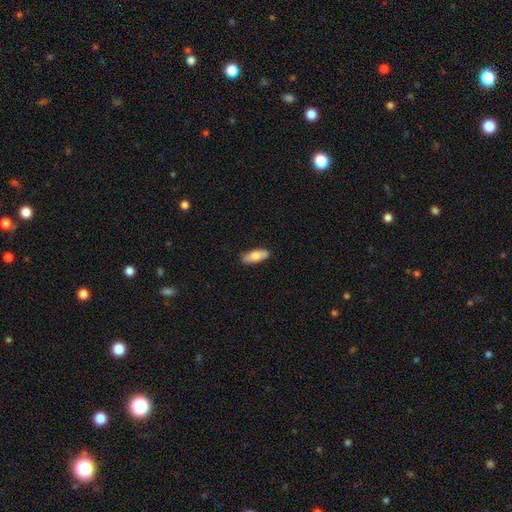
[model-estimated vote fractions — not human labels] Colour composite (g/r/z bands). It shows a smooth galaxy with no disk features (76%) that is in between round and cigar-shaped (75%). Merging: none (88%).